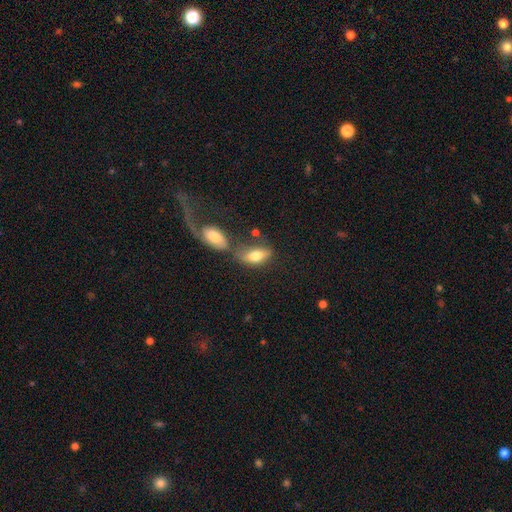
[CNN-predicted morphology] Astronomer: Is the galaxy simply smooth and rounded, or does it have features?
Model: smooth — 68%.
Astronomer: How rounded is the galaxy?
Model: in between — 83%.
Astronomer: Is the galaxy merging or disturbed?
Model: none — 44% (runner-up: merger, 32%).